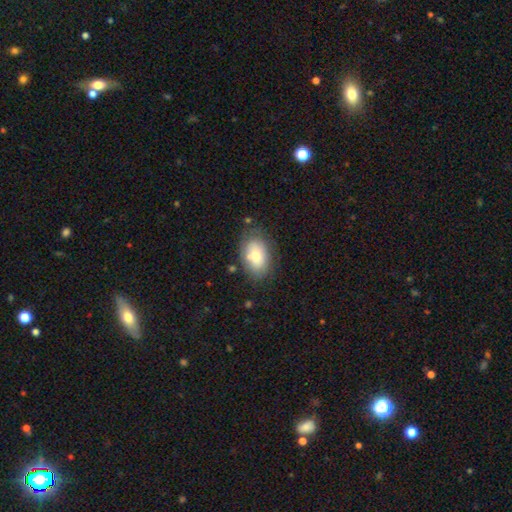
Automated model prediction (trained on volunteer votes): A smooth galaxy with no disk features (75%) that is in between round and cigar-shaped (87%). Merging: none (71%).